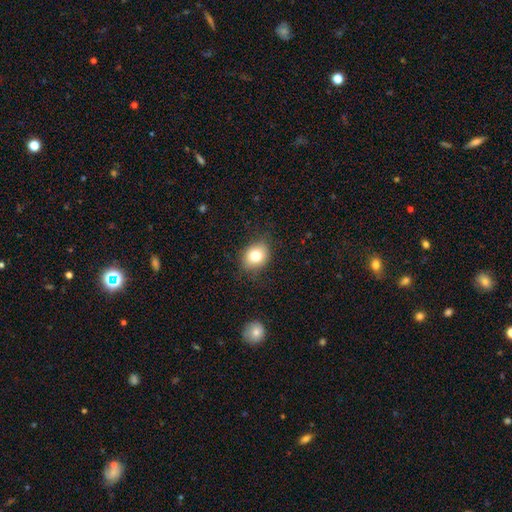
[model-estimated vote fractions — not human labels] Smooth or featured? smooth (78%)
How rounded? in between (50%, tied with round)
Merging? none (81%)